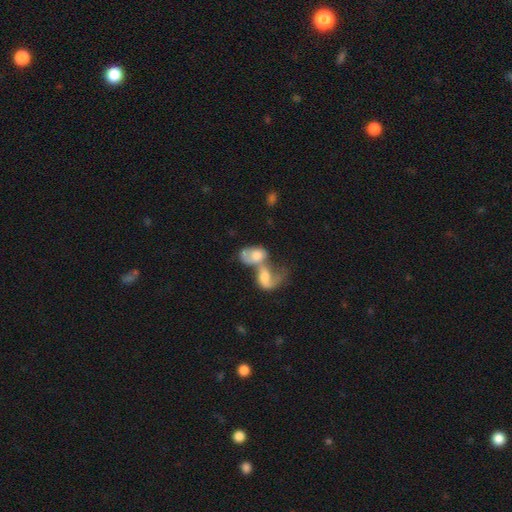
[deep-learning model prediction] Overall: smooth (49%; featured or disk 42%). Merging: merger (82%).